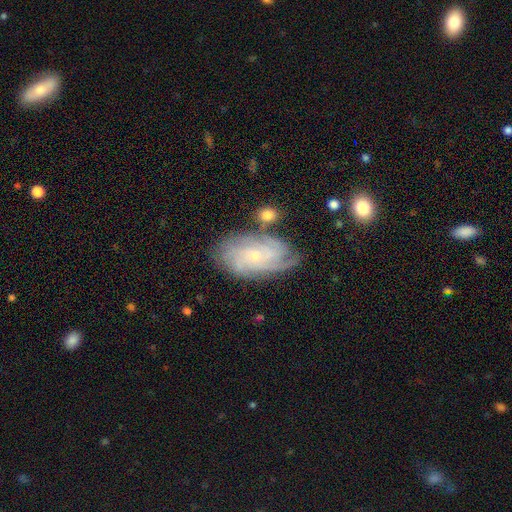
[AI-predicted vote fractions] A featured or disk galaxy (81%) with no bar (72%), tight (68%) spiral arms (96%) and a small central bulge (75%). Merging: none (69%).